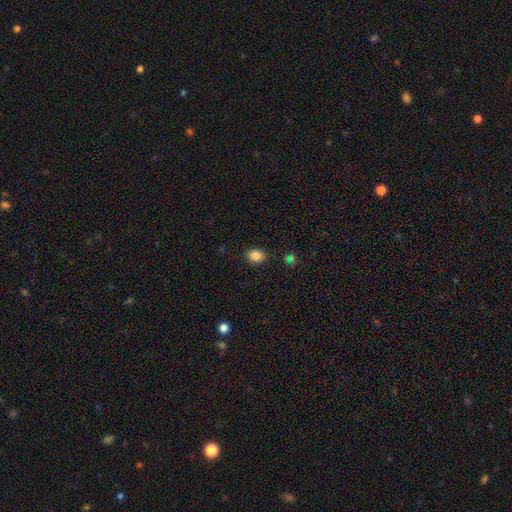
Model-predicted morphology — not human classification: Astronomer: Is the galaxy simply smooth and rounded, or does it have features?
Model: smooth — 85%.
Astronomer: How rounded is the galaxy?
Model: in between — 68%.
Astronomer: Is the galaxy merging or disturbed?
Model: none — 87%.